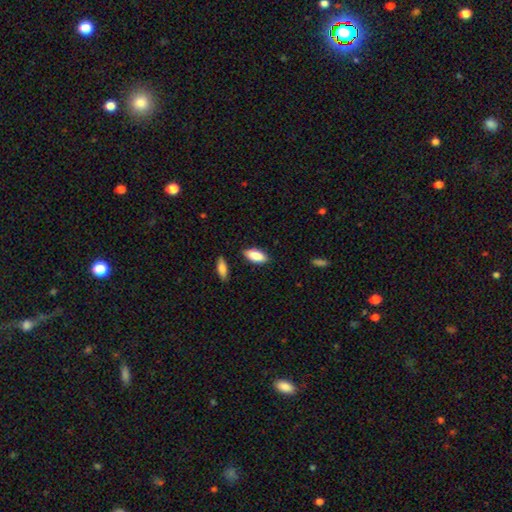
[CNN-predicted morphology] A smooth galaxy with no disk features (85%) that is in between round and cigar-shaped (85%). Merging: none (85%).